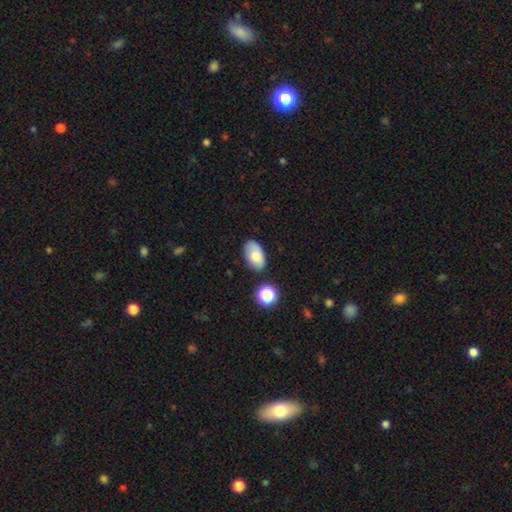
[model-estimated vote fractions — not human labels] This appears to be a smooth galaxy with no disk features (79%) that is in between round and cigar-shaped (92%). Merging: none (76%).